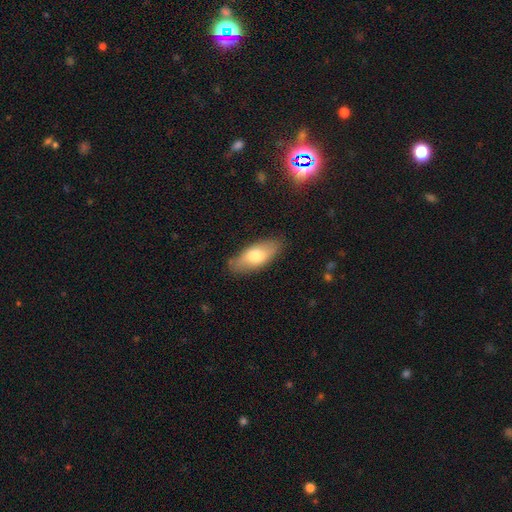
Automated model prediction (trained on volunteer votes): Smooth or featured? Predicted: smooth (p=0.73). How rounded? Predicted: in between (p=0.83). Merging? Predicted: none (p=0.82).